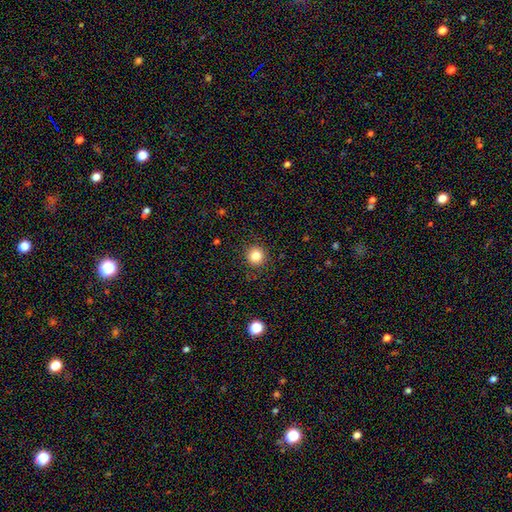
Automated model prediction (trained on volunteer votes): A smooth galaxy with no disk features (83%) that is round (94%).

Vote fractions:
- Smooth or featured? smooth: 83% / star or artifact: 12% / featured or disk: 5%
- How rounded? round: 94% / in between: 5% / cigar-shaped: 1%
- Merging? none: 91% / minor disturbance: 6% / major disturbance: 2% / merger: 1%